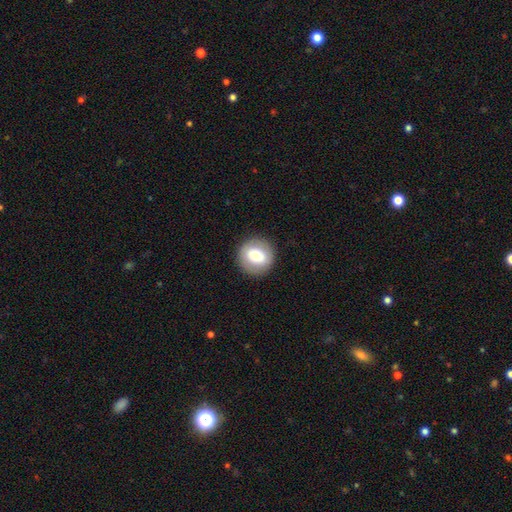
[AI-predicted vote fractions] A smooth galaxy with no disk features (70%) that is round (87%).

Vote fractions:
- Smooth or featured? smooth: 70% / featured or disk: 22% / star or artifact: 8%
- How rounded? round: 87% / in between: 12% / cigar-shaped: 1%
- Merging? none: 88% / minor disturbance: 8% / major disturbance: 3% / merger: 1%